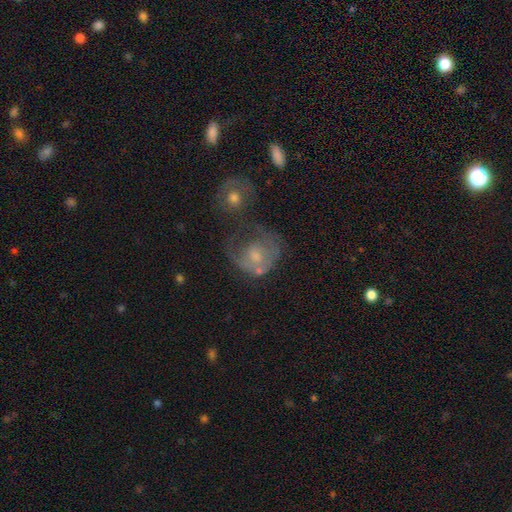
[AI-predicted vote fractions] smooth-or-featured: featured or disk: 57% | smooth: 32% | star or artifact: 12%
  disk-edge-on: no: 97% | yes: 3%
    bar: no: 76% | weak: 21% | strong: 4%
    has-spiral-arms: yes: 59% | no: 41%
    bulge-size: moderate: 47% | small: 34% | none: 12% | large: 6% | dominant: 2%
  merging: none: 33% | major disturbance: 29% | merger: 20% | minor disturbance: 18%